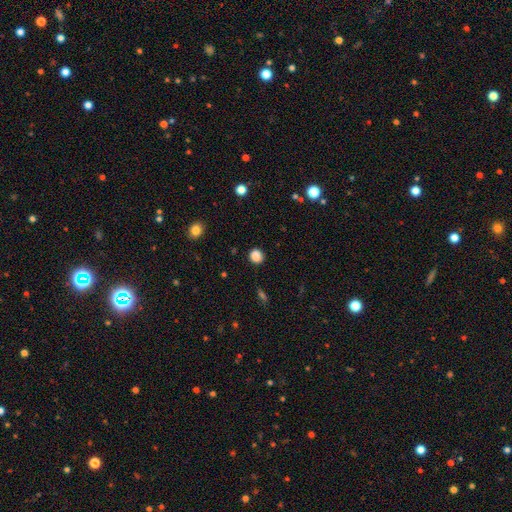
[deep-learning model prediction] Overall: smooth (86%). How rounded: round (83%). Merging: none (88%).